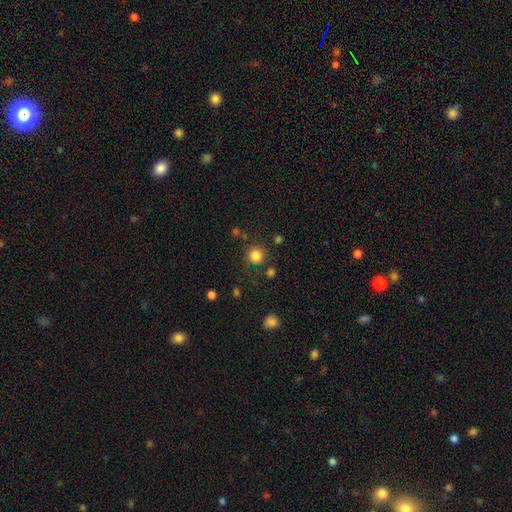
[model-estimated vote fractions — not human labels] Smooth or featured? Predicted: smooth (p=0.84). How rounded? Predicted: round (p=0.93). Merging? Predicted: none (p=0.81).